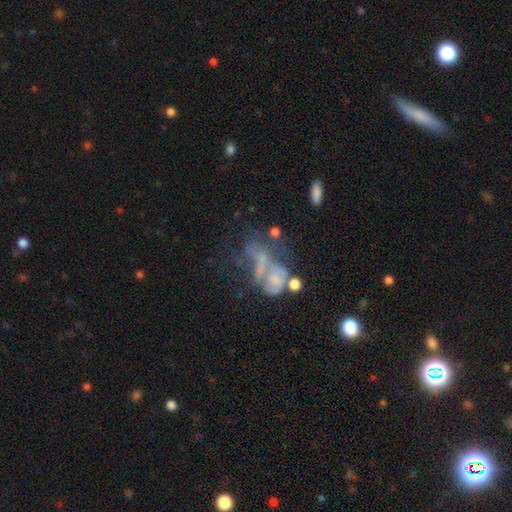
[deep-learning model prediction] Morphology: type=featured or disk (51%); edge-on=no (95%); merging=major disturbance (37%).